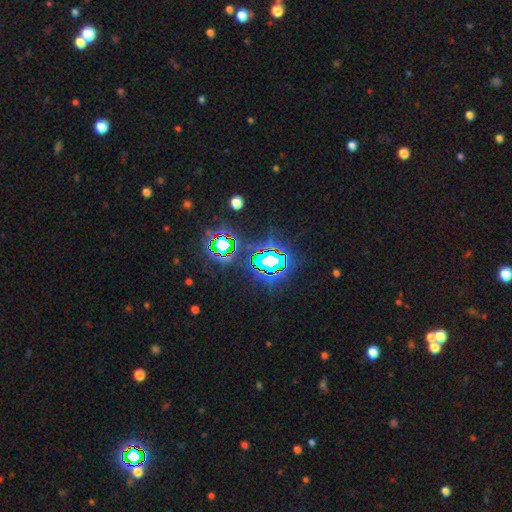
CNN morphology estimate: Smooth or featured? Predicted: star or artifact (p=0.82).